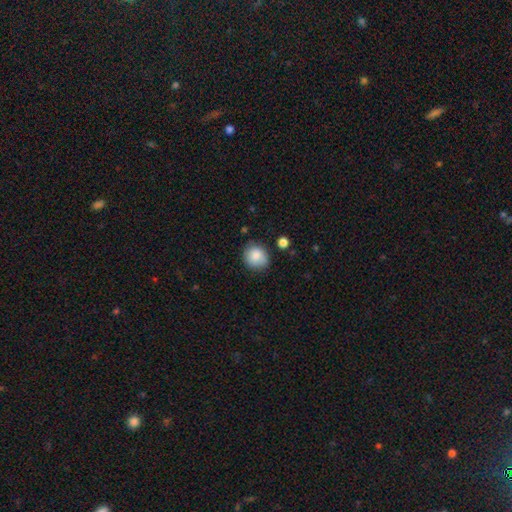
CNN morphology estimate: Smooth or featured?
  - smooth: 84% *
  - star or artifact: 8%
  - featured or disk: 8%
How rounded?
  - round: 77% *
  - in between: 22%
  - cigar-shaped: 1%
Merging?
  - none: 78% *
  - minor disturbance: 16%
  - major disturbance: 3%
  - merger: 3%